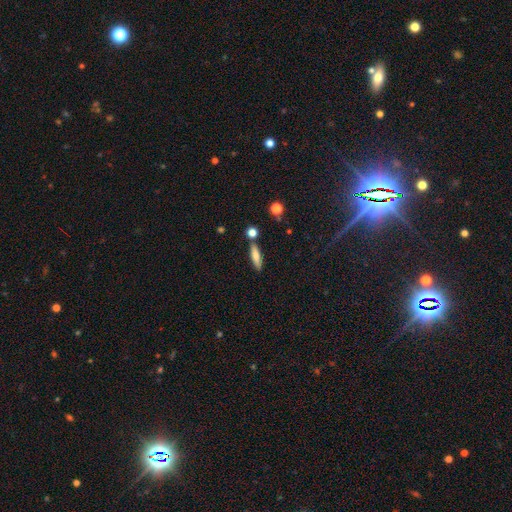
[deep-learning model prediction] This appears to be a smooth galaxy with no disk features (73%) that is cigar-shaped (72%). Merging: none (79%).